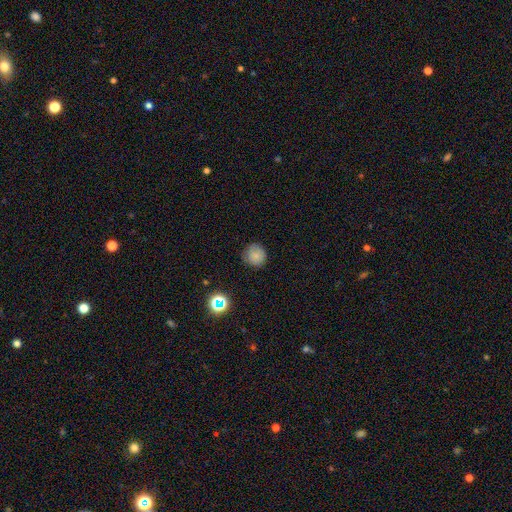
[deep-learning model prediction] Overall: smooth (79%). How rounded: round (90%). Merging: none (80%).